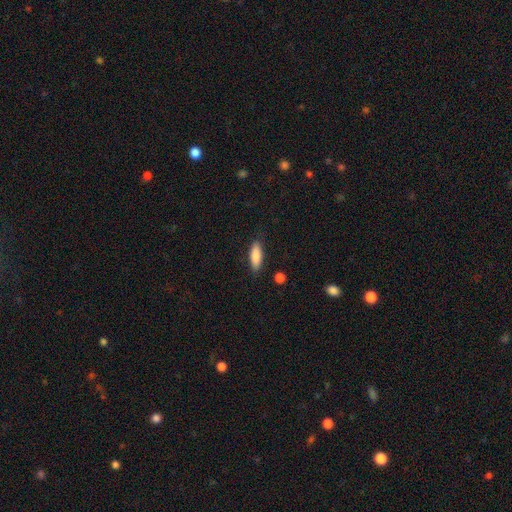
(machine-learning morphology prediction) A smooth galaxy with no disk features (85%) that is in between round and cigar-shaped (59%). Merging: none (85%).